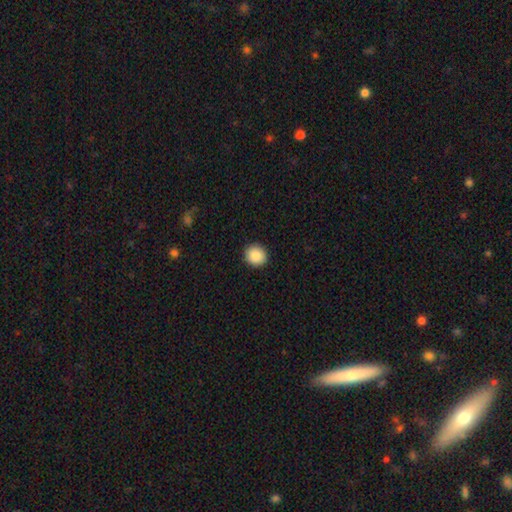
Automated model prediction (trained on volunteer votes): Smooth or featured? Predicted: smooth (p=0.89). How rounded? Predicted: round (p=0.86). Merging? Predicted: none (p=0.92).